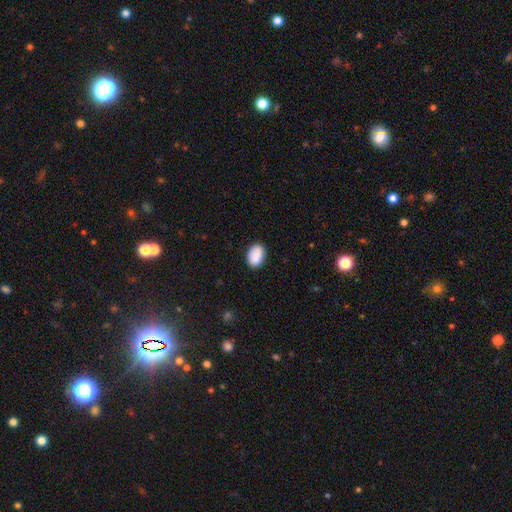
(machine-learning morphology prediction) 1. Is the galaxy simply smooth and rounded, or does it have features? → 90% smooth, 6% star or artifact, 3% featured or disk.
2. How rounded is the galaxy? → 86% in between, 13% round, 1% cigar-shaped.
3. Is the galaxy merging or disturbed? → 86% none, 10% minor disturbance, 2% major disturbance, 1% merger.